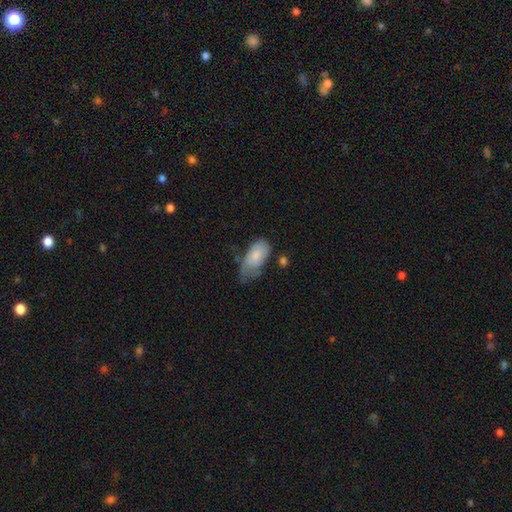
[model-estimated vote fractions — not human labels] Smooth or featured? smooth (75%)
How rounded? in between (93%)
Merging? minor disturbance (42%)